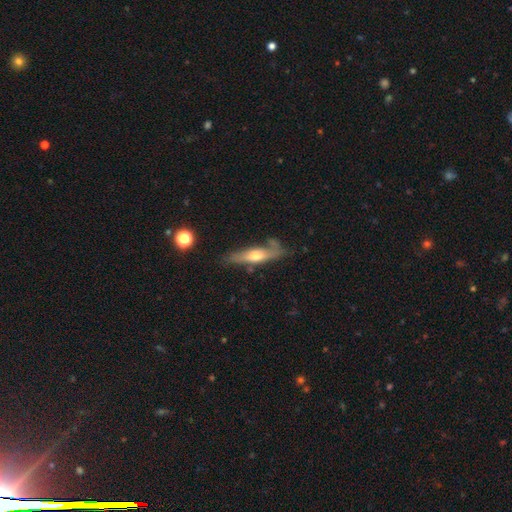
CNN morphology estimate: smooth_or_featured: featured or disk (p=0.53) [alt: smooth p=0.40]
disk_edge_on: yes (p=0.79) [alt: no p=0.21]
merging: none (p=0.62) [alt: minor disturbance p=0.23]